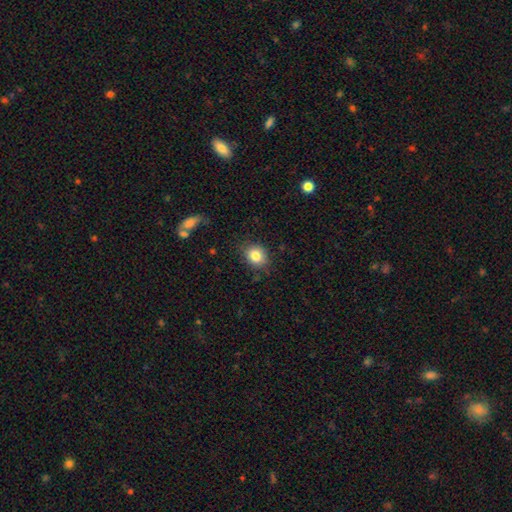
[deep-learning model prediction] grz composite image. It shows a smooth galaxy with no disk features (83%) that is round (56%). Merging: none (81%).